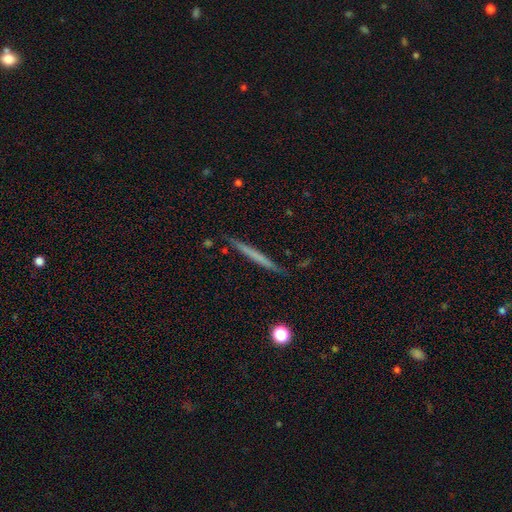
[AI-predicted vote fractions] Morphology: type=smooth (51%); roundness=cigar-shaped (96%); merging=none (88%).